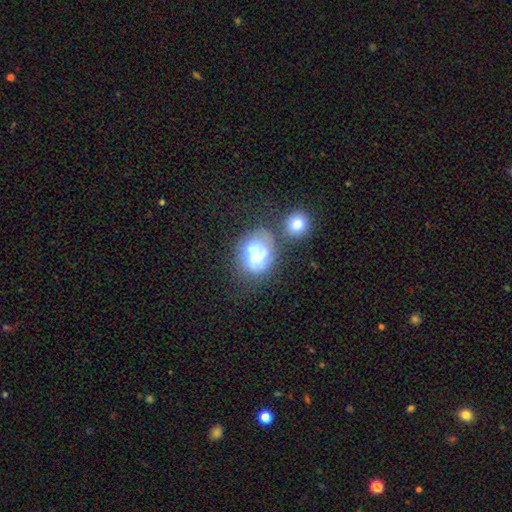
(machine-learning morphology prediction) type=smooth (58%); roundness=round (53%); merging=none (38%).